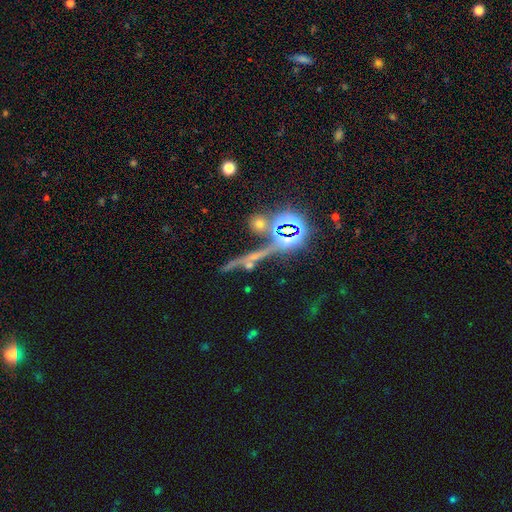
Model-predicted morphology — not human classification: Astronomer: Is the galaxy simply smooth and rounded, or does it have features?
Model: star or artifact — 52% (runner-up: featured or disk, 31%).